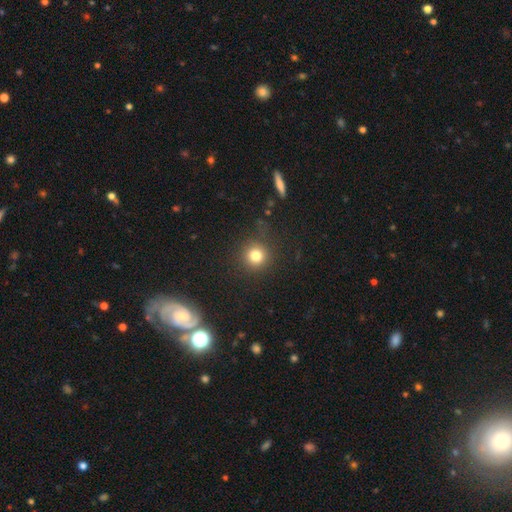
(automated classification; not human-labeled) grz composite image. It shows a smooth galaxy with no disk features (80%) that is round (93%). Merging: none (87%).